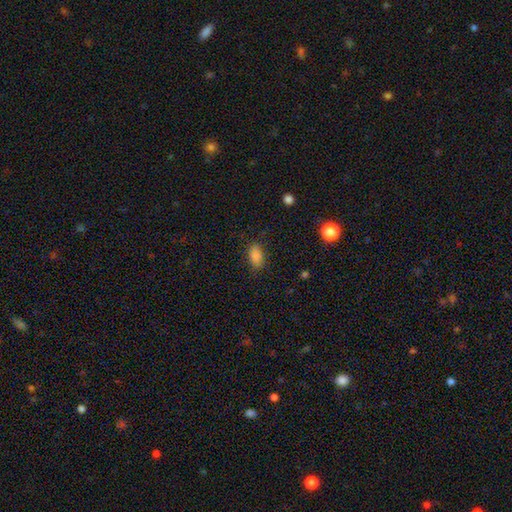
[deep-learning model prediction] Smooth or featured?
  - smooth: 86% *
  - star or artifact: 10%
  - featured or disk: 4%
How rounded?
  - in between: 90% *
  - round: 7%
  - cigar-shaped: 3%
Merging?
  - none: 82% *
  - minor disturbance: 13%
  - major disturbance: 3%
  - merger: 1%